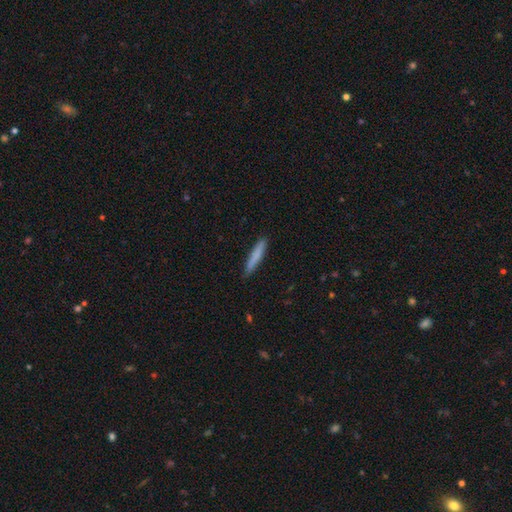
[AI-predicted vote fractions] Morphology: type=smooth (77%); roundness=cigar-shaped (94%); merging=none (88%).